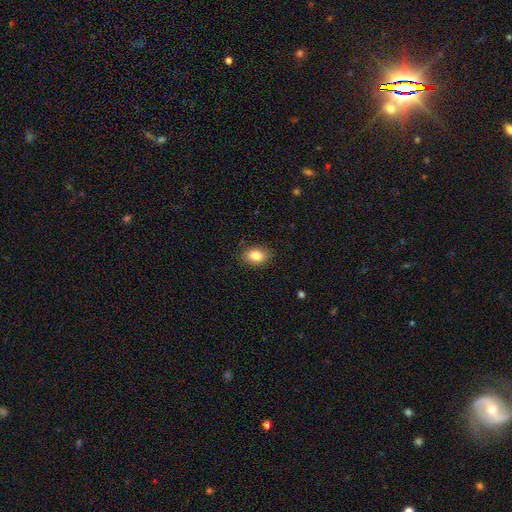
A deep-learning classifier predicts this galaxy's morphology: The model was most divided on "how rounded": in between: 77%, round: 21%, cigar-shaped: 1%. More confident: merging — none (86%); smooth or featured — smooth (84%).